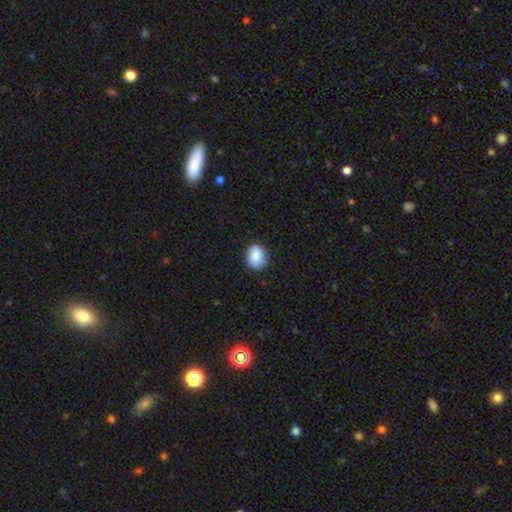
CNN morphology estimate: The model was most divided on "how rounded": round: 57%, in between: 42%, cigar-shaped: 1%. More confident: smooth or featured — smooth (87%); merging — none (81%).